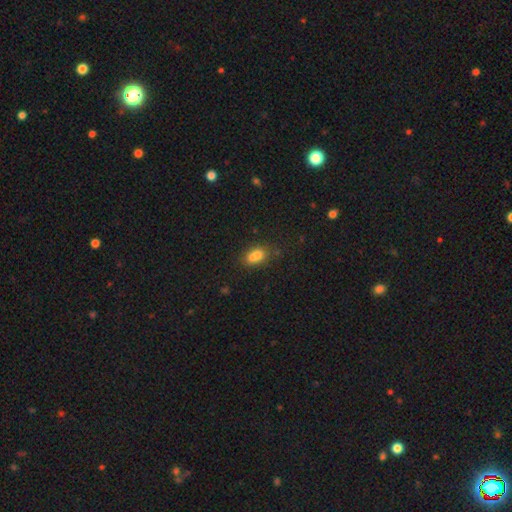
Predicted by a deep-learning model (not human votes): Q: Smooth or featured?
A: smooth (74%); runner-up: featured or disk (13%)
Q: How rounded?
A: in between (72%); runner-up: round (24%)
Q: Merging?
A: none (44%); runner-up: merger (35%)